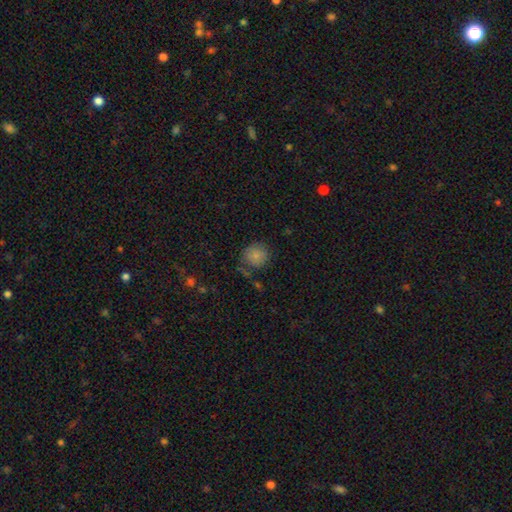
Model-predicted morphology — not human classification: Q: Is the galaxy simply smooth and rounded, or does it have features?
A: smooth — 82%.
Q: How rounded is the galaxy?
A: round — 90%.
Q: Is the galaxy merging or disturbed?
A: none — 74%.